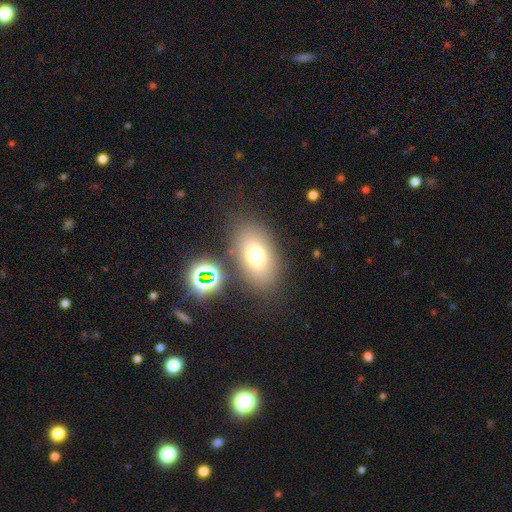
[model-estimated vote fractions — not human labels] smooth-or-featured: smooth: 70% | star or artifact: 16% | featured or disk: 14%
  how-rounded: in between: 83% | round: 16% | cigar-shaped: 2%
  merging: none: 79% | minor disturbance: 11% | merger: 5% | major disturbance: 5%